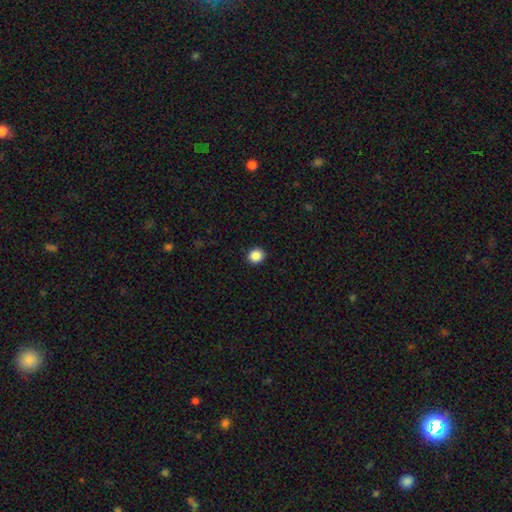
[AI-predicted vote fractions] smooth_or_featured: smooth (p=0.88) [alt: star or artifact p=0.09]
how_rounded: round (p=0.88) [alt: in between p=0.11]
merging: none (p=0.93) [alt: minor disturbance p=0.04]